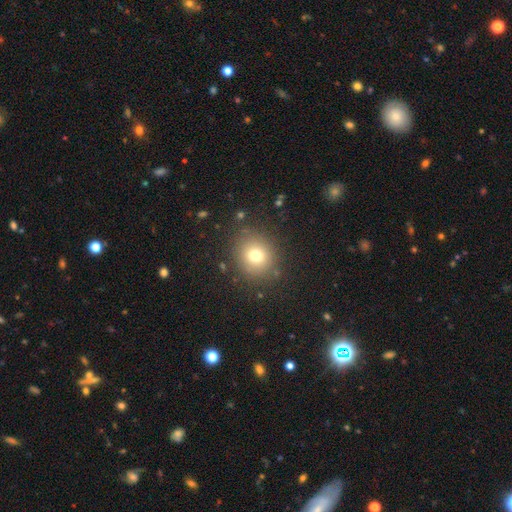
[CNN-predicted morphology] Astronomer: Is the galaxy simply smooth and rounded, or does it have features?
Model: smooth — 74%.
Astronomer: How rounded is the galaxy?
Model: round — 83%.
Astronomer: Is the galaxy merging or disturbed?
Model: none — 85%.